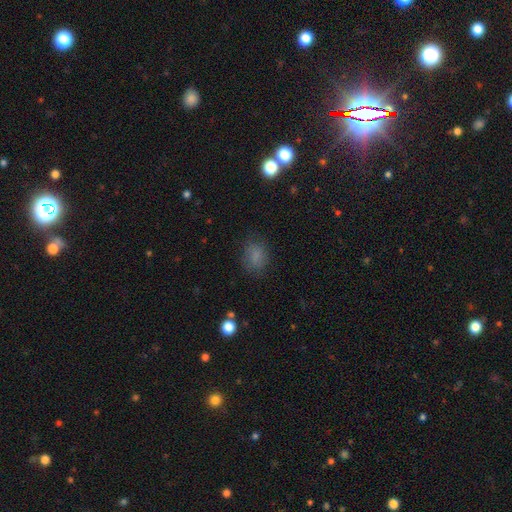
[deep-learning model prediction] Overall: smooth (79%). How rounded: in between (58%; round 41%). Merging: none (75%).